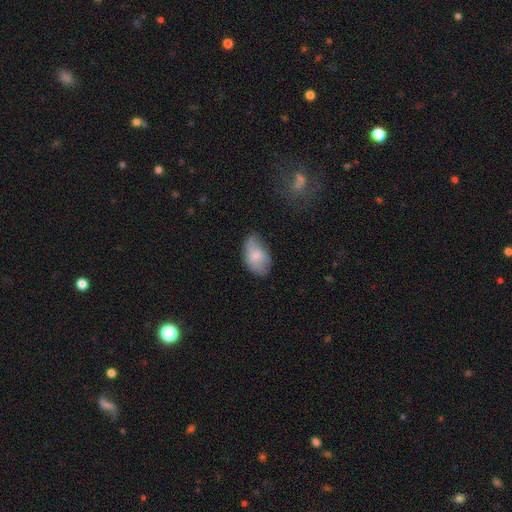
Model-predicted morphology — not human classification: The model was most divided on "merging": none: 50%, minor disturbance: 35%, major disturbance: 13%, merger: 2%. More confident: how rounded — in between (92%); smooth or featured — smooth (67%).